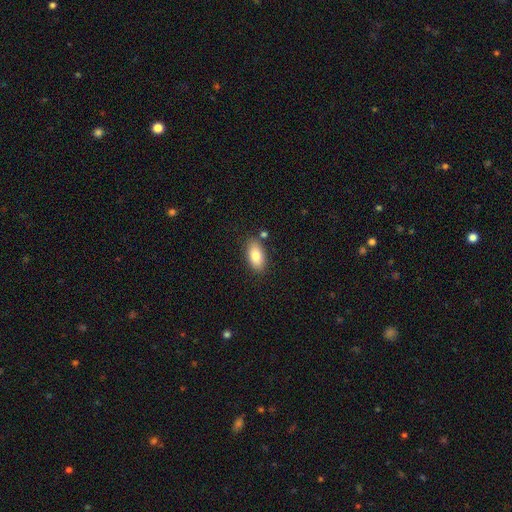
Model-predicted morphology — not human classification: smooth_or_featured: smooth (p=0.83) [alt: featured or disk p=0.10]
how_rounded: in between (p=0.91) [alt: cigar-shaped p=0.05]
merging: none (p=0.81) [alt: minor disturbance p=0.11]